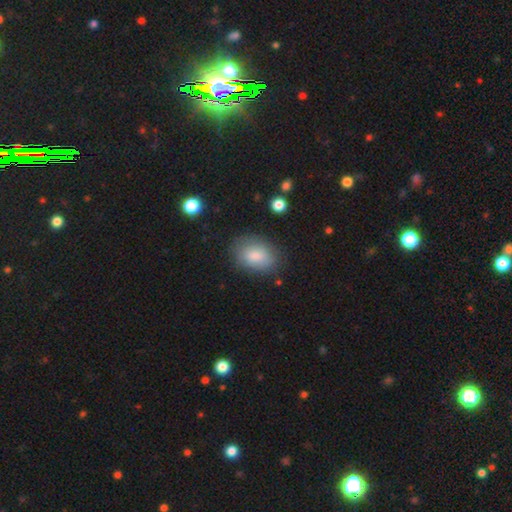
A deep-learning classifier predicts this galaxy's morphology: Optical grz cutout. It shows a smooth galaxy with no disk features (80%) that is in between round and cigar-shaped (82%). Merging: none (75%).